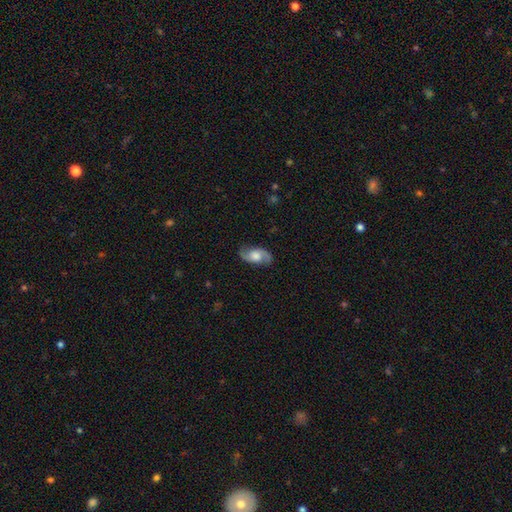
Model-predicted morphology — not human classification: type=featured or disk (72%); edge-on=no (95%); bar=no (65%); spiral arms=yes (93%); winding=medium (43%, tied with loose); arm count=2 (92%); bulge=moderate (46%); merging=none (81%).